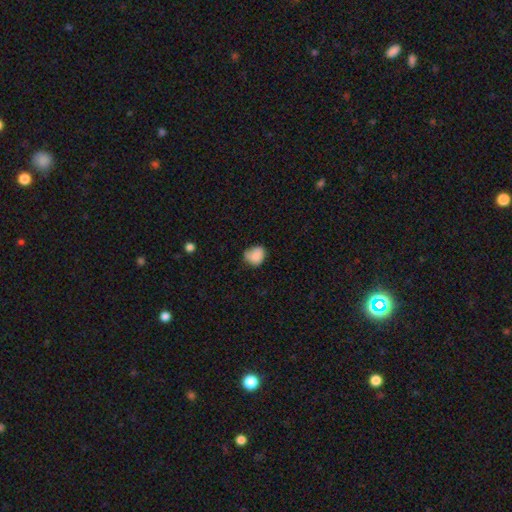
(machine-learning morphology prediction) This is clearly a smooth galaxy (82%). How rounded: likely round (63%). Merging: possibly none (54%).